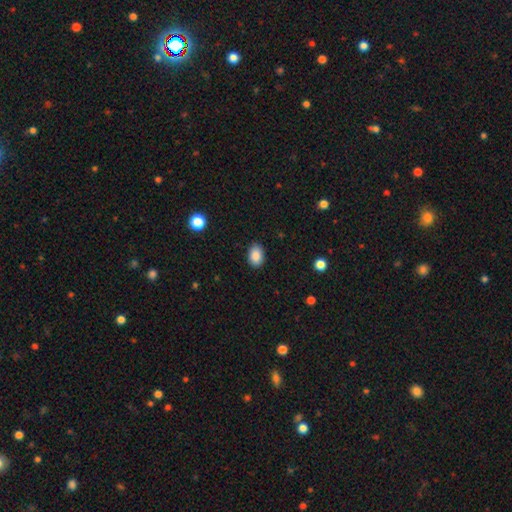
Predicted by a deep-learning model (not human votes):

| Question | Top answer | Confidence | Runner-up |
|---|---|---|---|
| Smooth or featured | smooth | 88% | star or artifact (8%) |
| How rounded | in between | 81% | round (18%) |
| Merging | none | 87% | minor disturbance (10%) |